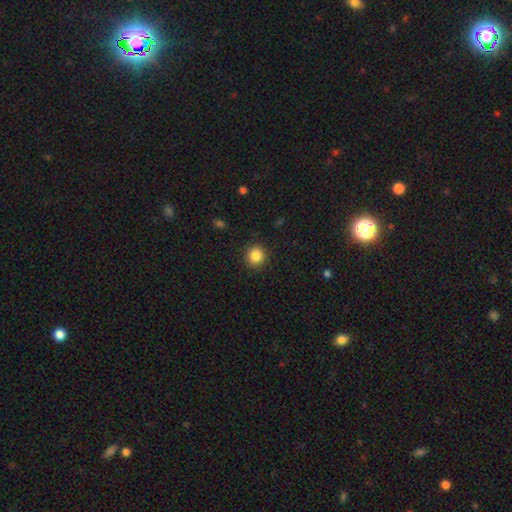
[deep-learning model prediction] Smooth or featured? smooth (85%)
How rounded? round (93%)
Merging? none (91%)